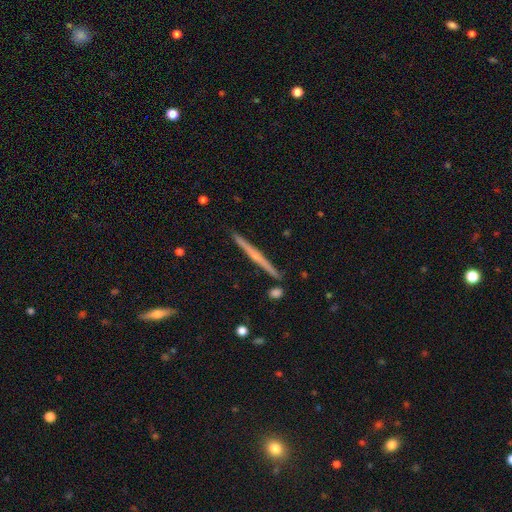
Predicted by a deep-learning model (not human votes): The model was most divided on "edge-on bulge": none: 48%, rounded: 45%, boxy: 7%. More confident: edge-on disk — yes (98%); merging — none (90%); smooth or featured — featured or disk (68%).